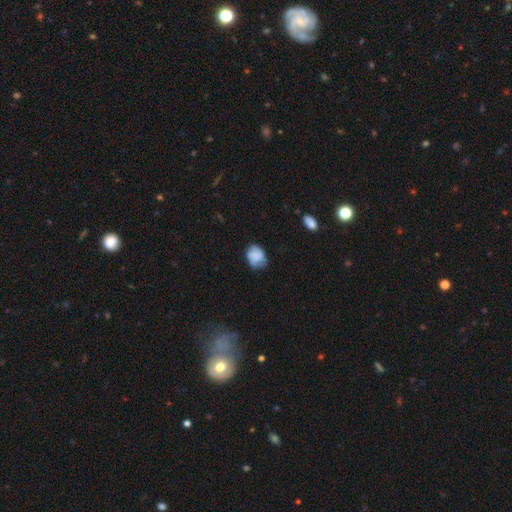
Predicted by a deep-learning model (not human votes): Smooth or featured? smooth (74%)
How rounded? in between (56%)
Merging? none (50%)